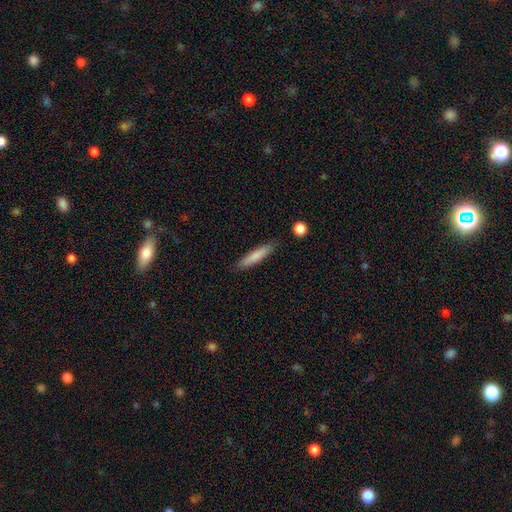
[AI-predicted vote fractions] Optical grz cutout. It shows a smooth galaxy with no disk features (79%) that is cigar-shaped (87%). Merging: none (86%).